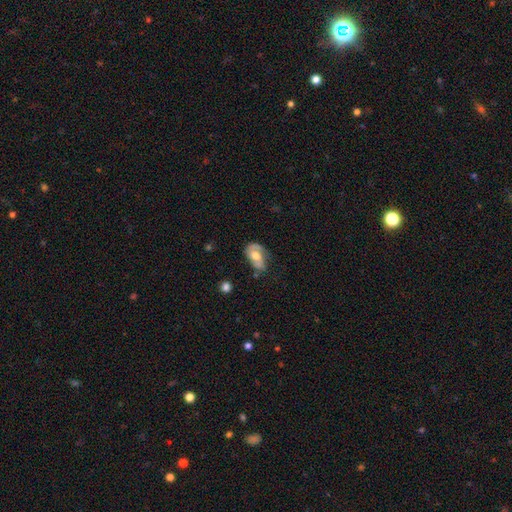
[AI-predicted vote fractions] Morphology: type=featured or disk (60%); edge-on=no (95%); bar=no (59%); spiral arms=yes (76%); bulge=moderate (65%); merging=none (45%).